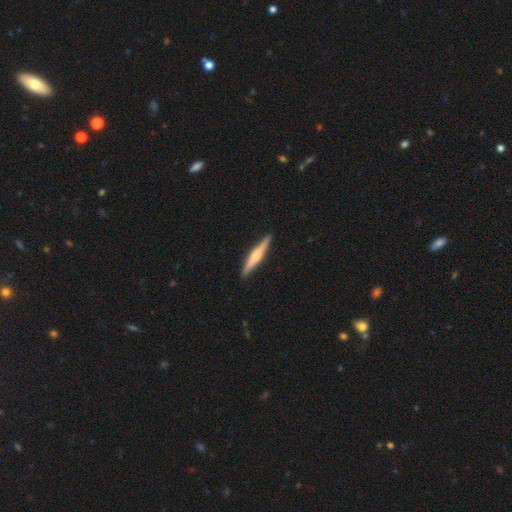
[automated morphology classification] Q: Smooth or featured?
A: featured or disk (55%); runner-up: smooth (40%)
Q: Edge-on disk?
A: yes (97%); runner-up: no (3%)
Q: Edge-on bulge?
A: rounded (67%); runner-up: boxy (18%)
Q: Merging?
A: none (91%); runner-up: minor disturbance (7%)